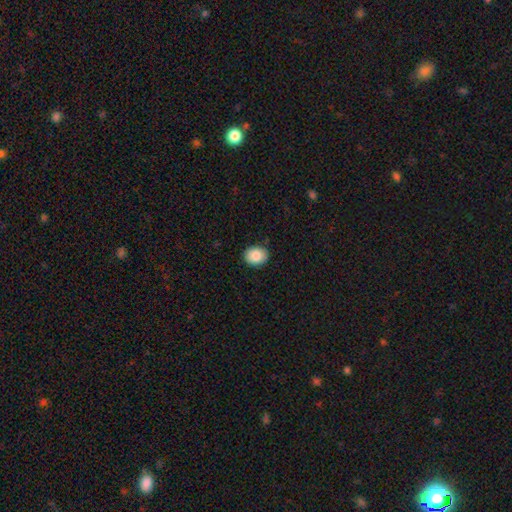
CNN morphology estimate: A smooth galaxy with no disk features (87%) that is in between round and cigar-shaped (52%).

Vote fractions:
- Smooth or featured? smooth: 87% / star or artifact: 8% / featured or disk: 6%
- How rounded? in between: 52% / round: 47% / cigar-shaped: 1%
- Merging? none: 88% / minor disturbance: 9% / major disturbance: 2% / merger: 1%